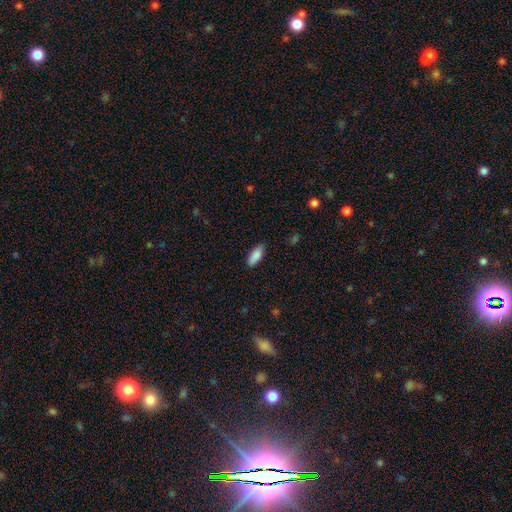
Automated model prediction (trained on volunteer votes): Overall: smooth (88%). How rounded: in between (79%). Merging: none (85%).